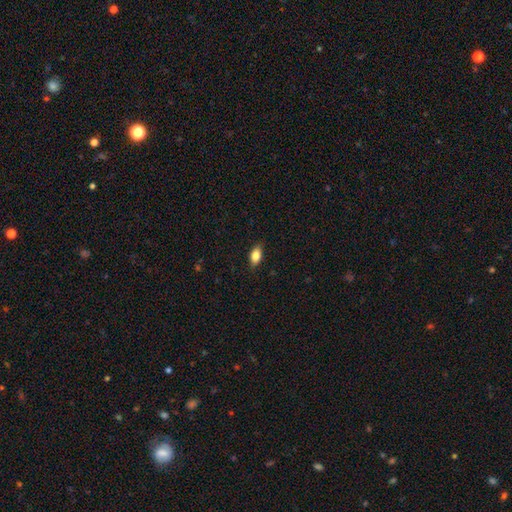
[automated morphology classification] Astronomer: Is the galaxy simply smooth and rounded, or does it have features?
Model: smooth — 80%.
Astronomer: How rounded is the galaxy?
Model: in between — 86%.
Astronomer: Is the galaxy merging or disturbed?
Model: none — 85%.